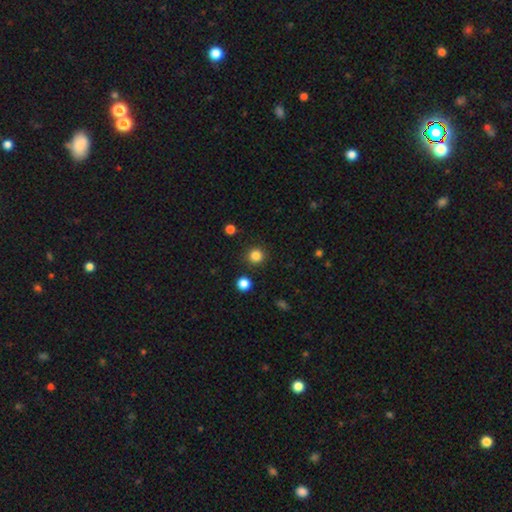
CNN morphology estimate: smooth-or-featured: smooth: 84% | star or artifact: 12% | featured or disk: 4%
  how-rounded: round: 94% | in between: 5% | cigar-shaped: 1%
  merging: none: 91% | minor disturbance: 5% | merger: 2% | major disturbance: 2%